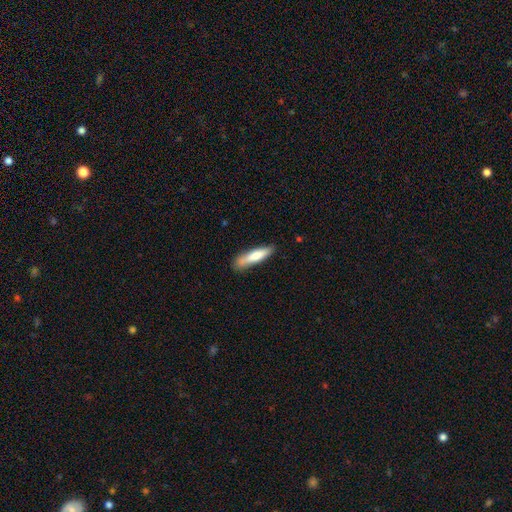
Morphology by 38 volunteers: Smooth or featured? 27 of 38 (71%) said smooth. How rounded? 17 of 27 (63%) said cigar-shaped. Merging? 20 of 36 (56%) said none.